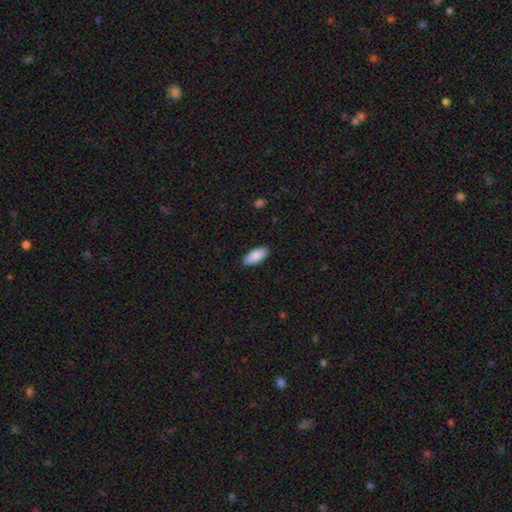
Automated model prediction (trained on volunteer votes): Morphology: type=smooth (89%); roundness=in between (85%); merging=none (88%).